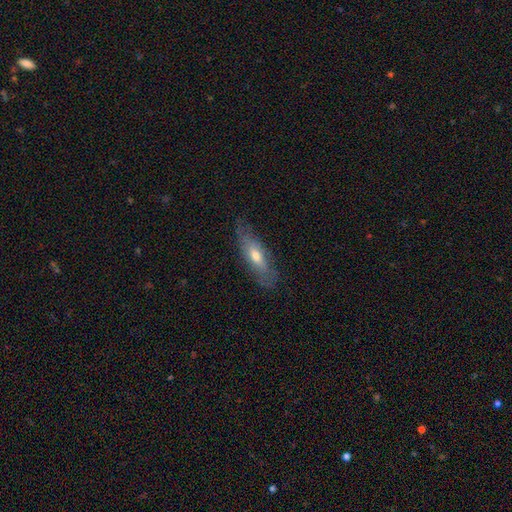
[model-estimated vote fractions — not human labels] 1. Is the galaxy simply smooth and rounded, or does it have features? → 48% smooth, 46% featured or disk, 7% star or artifact.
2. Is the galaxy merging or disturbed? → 71% none, 21% minor disturbance, 6% major disturbance, 1% merger.